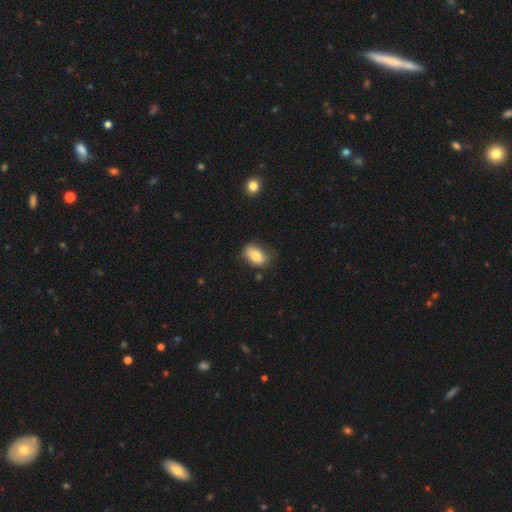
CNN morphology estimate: This appears to be a smooth galaxy with no disk features (84%) that is in between round and cigar-shaped (88%). Merging: none (66%).